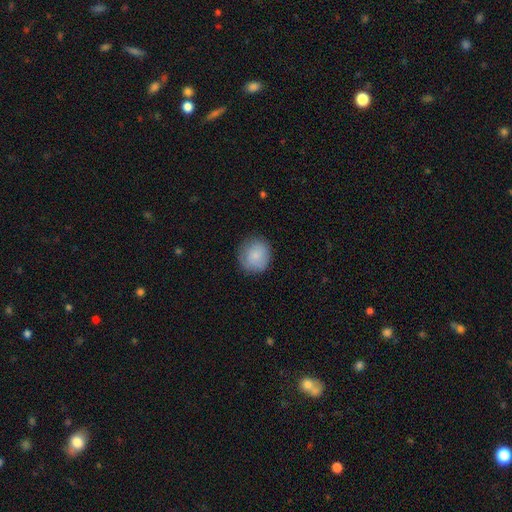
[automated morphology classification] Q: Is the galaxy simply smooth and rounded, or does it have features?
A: smooth — 85%.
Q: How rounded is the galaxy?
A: round — 86%.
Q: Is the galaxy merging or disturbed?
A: none — 83%.